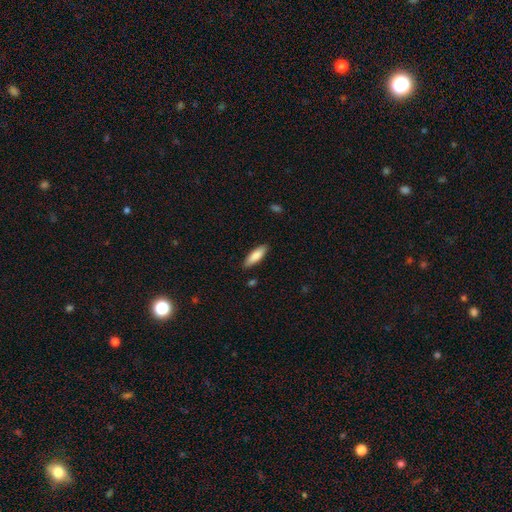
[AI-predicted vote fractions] Smooth or featured?
  - smooth: 82% *
  - featured or disk: 12%
  - star or artifact: 5%
How rounded?
  - in between: 49% * (tied)
  - cigar-shaped: 49% * (tied)
  - round: 1%
Merging?
  - none: 87% *
  - minor disturbance: 10%
  - major disturbance: 2%
  - merger: 1%